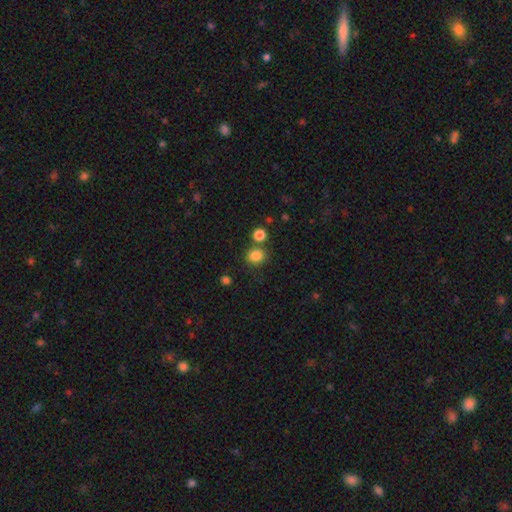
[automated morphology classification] The model was most divided on "how rounded": round: 72%, in between: 27%, cigar-shaped: 1%. More confident: smooth or featured — smooth (83%); merging — none (72%).